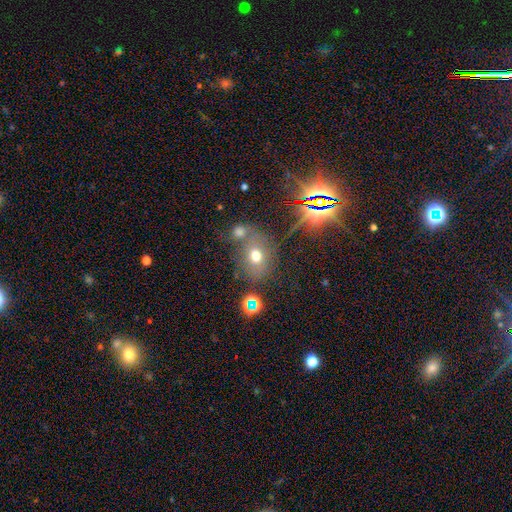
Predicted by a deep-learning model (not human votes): This is possibly a smooth galaxy (50%). Merging: possibly none (56%).